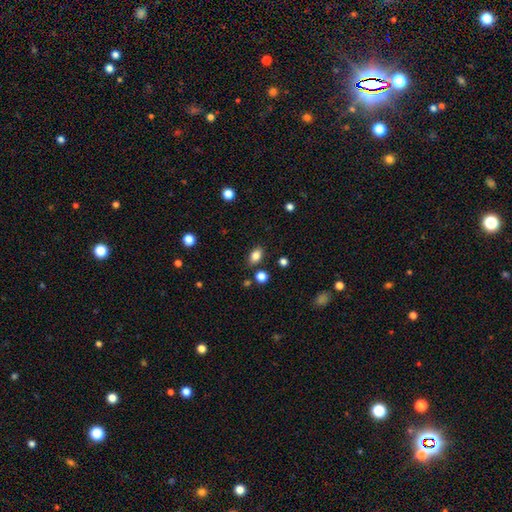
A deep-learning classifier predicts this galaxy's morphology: A smooth galaxy with no disk features (83%) that is in between round and cigar-shaped (82%). Merging: none (82%).